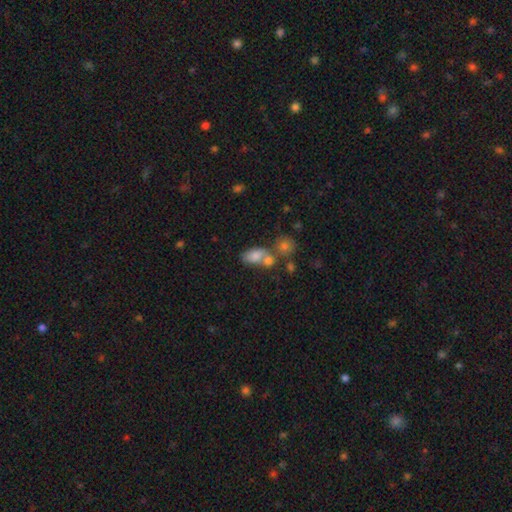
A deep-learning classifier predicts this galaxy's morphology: type=smooth (72%); roundness=in between (84%); merging=merger (43%).